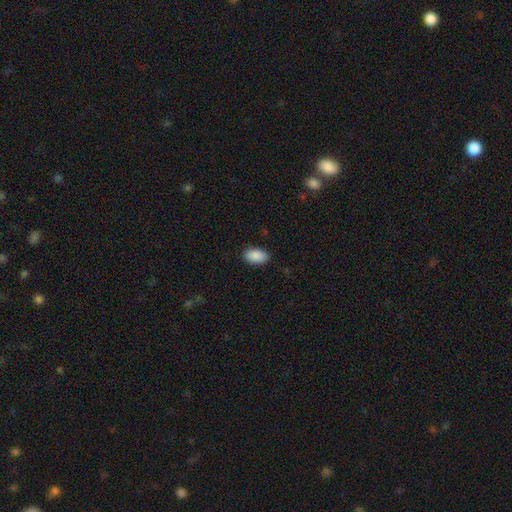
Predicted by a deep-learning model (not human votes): smooth 90%, star or artifact 7%, featured or disk 3%. Down the decision tree: how rounded — in between (94%); merging — none (88%).